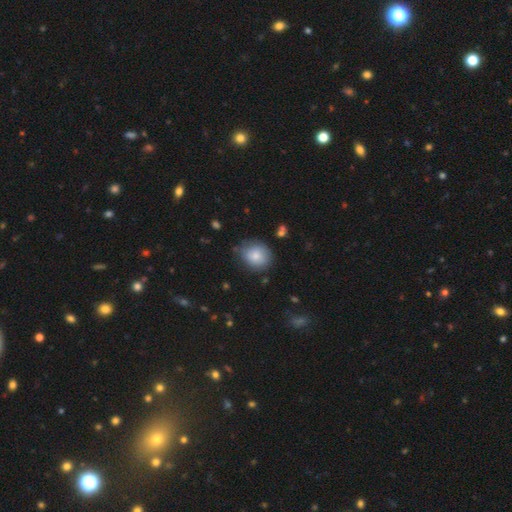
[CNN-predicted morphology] Overall: smooth (81%). How rounded: round (71%). Merging: none (72%).